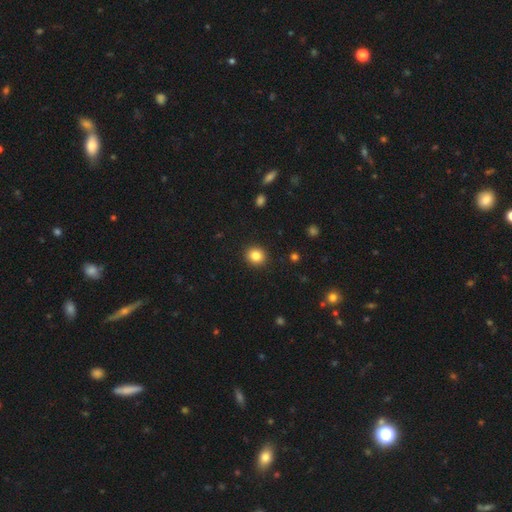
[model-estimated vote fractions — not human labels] smooth-or-featured: smooth: 84% | star or artifact: 10% | featured or disk: 5%
  how-rounded: round: 85% | in between: 14% | cigar-shaped: 1%
  merging: none: 92% | minor disturbance: 5% | major disturbance: 2% | merger: 1%